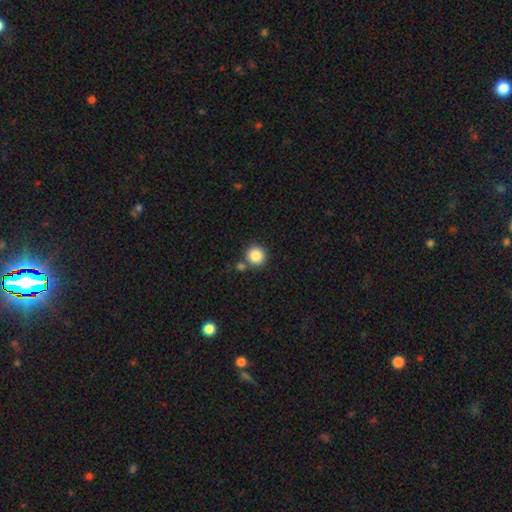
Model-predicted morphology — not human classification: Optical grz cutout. It shows a smooth galaxy with no disk features (86%) that is round (94%). Merging: none (76%).